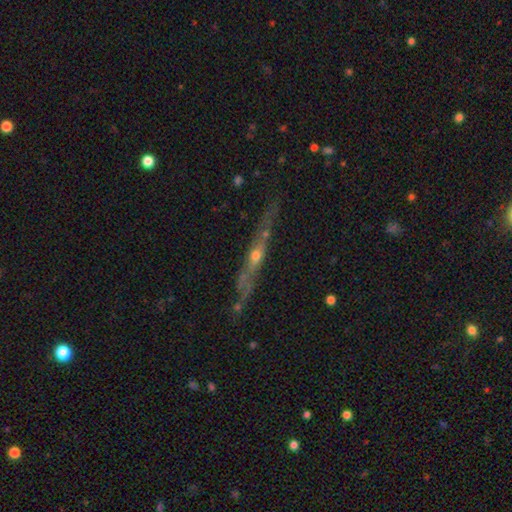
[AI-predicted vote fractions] Smooth or featured: featured or disk — 72% (smooth — 19%)
Edge-on disk: yes — 83% (no — 17%)
Edge-on bulge: rounded — 77% (none — 18%)
Merging: none — 65% (minor disturbance — 19%)